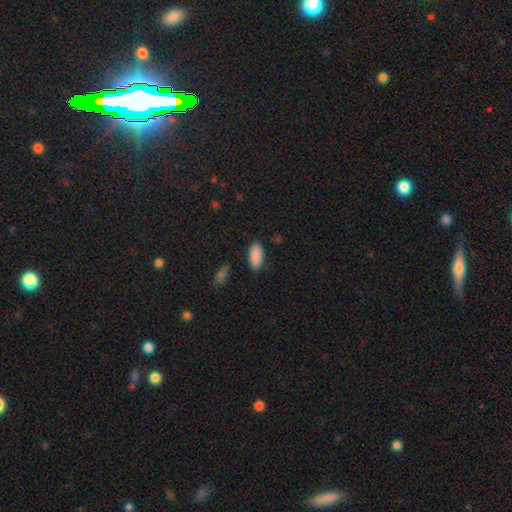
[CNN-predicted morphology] Smooth or featured? Predicted: smooth (p=0.89). How rounded? Predicted: in between (p=0.91). Merging? Predicted: none (p=0.85).